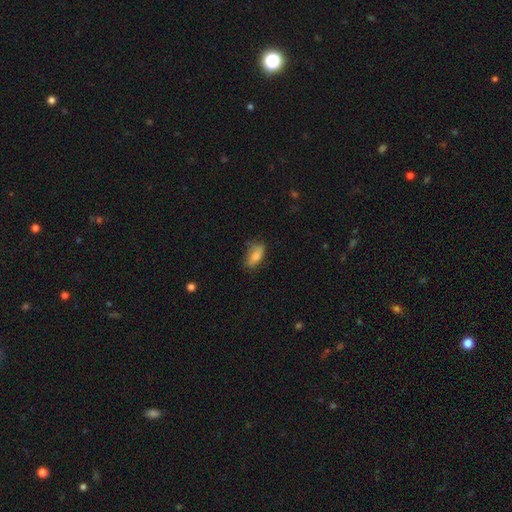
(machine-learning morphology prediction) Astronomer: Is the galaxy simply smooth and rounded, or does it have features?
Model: smooth — 77%.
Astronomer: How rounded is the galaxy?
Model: in between — 86%.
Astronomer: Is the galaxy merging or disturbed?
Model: none — 58%.